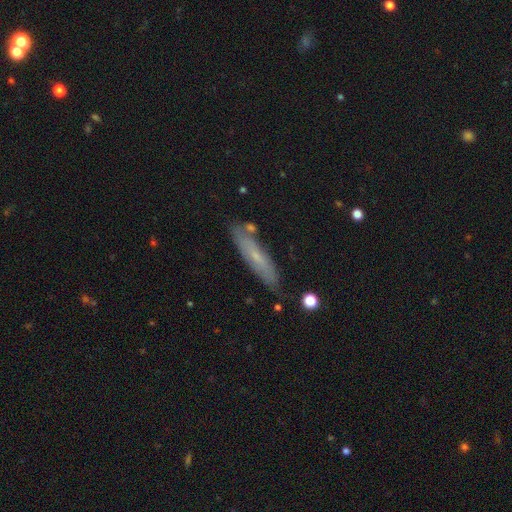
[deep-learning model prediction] Overall: smooth (47%; featured or disk 45%). Merging: none (80%).